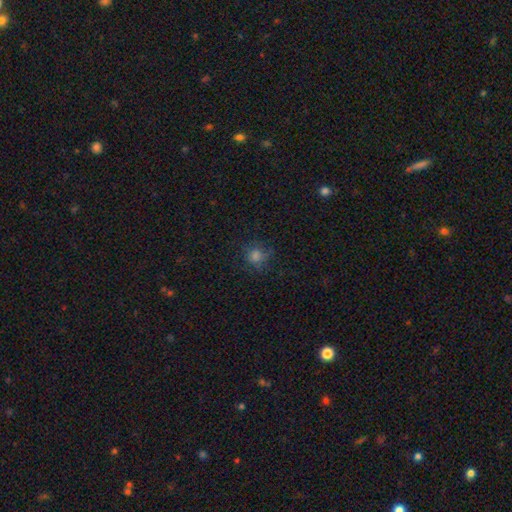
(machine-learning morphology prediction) This is likely a smooth galaxy (72%). How rounded: clearly round (87%). Merging: likely none (76%).